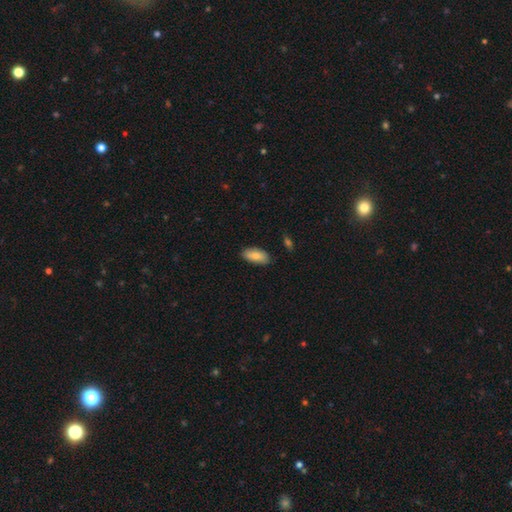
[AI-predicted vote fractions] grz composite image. It shows a smooth galaxy with no disk features (83%) that is in between round and cigar-shaped (91%). Merging: none (85%).